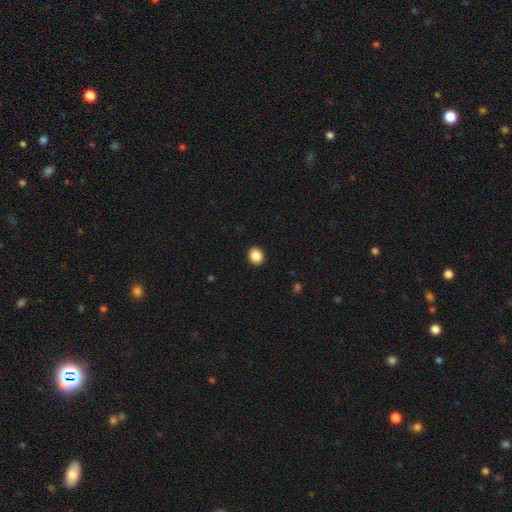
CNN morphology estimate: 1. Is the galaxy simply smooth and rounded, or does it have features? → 88% smooth, 9% star or artifact, 3% featured or disk.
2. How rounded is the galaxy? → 70% round, 29% in between, 1% cigar-shaped.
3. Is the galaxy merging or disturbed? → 92% none, 5% minor disturbance, 2% major disturbance, 1% merger.